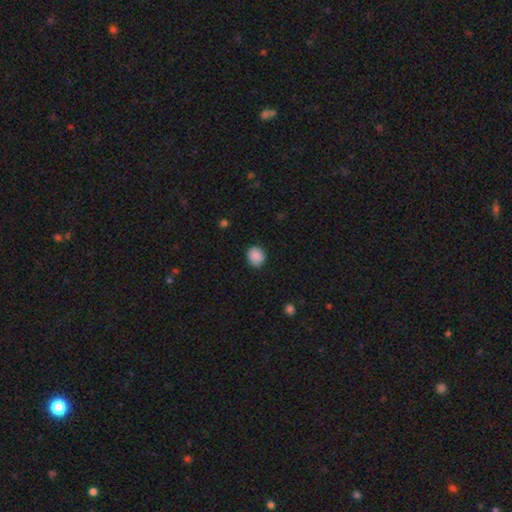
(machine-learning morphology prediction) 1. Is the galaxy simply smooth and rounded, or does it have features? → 88% smooth, 8% star or artifact, 3% featured or disk.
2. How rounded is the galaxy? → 77% round, 22% in between, 1% cigar-shaped.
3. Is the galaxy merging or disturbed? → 87% none, 10% minor disturbance, 2% major disturbance, 1% merger.